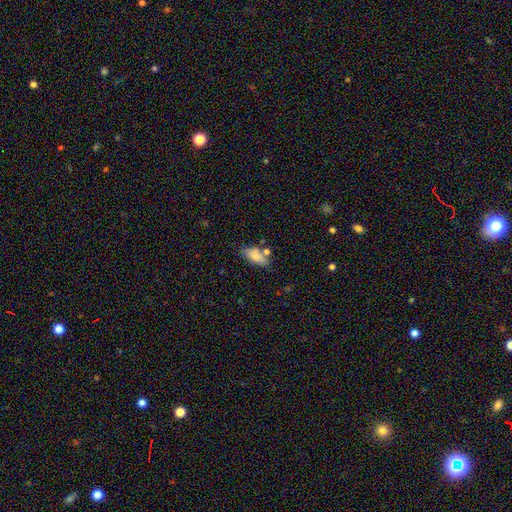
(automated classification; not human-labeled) Overall: smooth (79%). How rounded: in between (80%). Merging: none (61%).